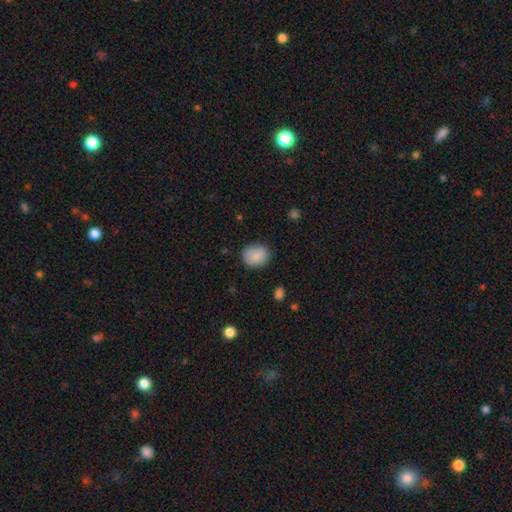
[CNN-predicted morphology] smooth-or-featured: smooth: 88% | star or artifact: 8% | featured or disk: 4%
  how-rounded: round: 55% | in between: 44% | cigar-shaped: 1%
  merging: none: 83% | minor disturbance: 13% | major disturbance: 3% | merger: 1%